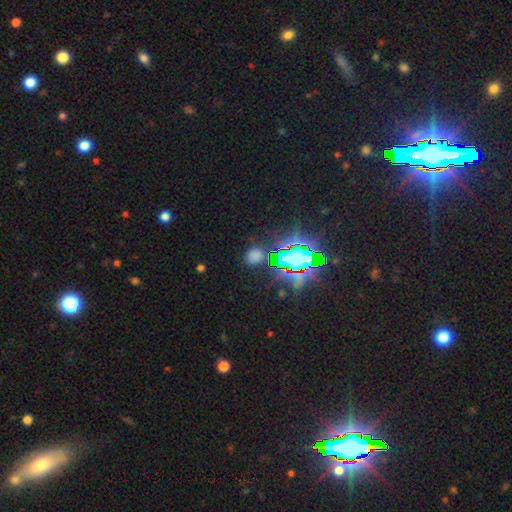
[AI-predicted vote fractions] Overall: smooth (49%; star or artifact 44%). Merging: none (81%).